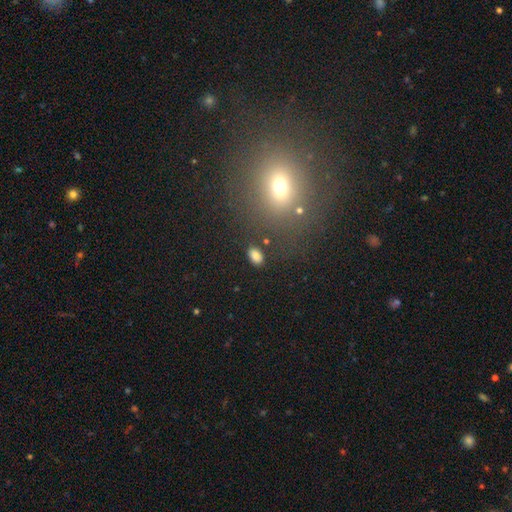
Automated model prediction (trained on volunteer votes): Q: Smooth or featured?
A: smooth (82%); runner-up: star or artifact (12%)
Q: How rounded?
A: in between (88%); runner-up: round (11%)
Q: Merging?
A: none (82%); runner-up: minor disturbance (10%)